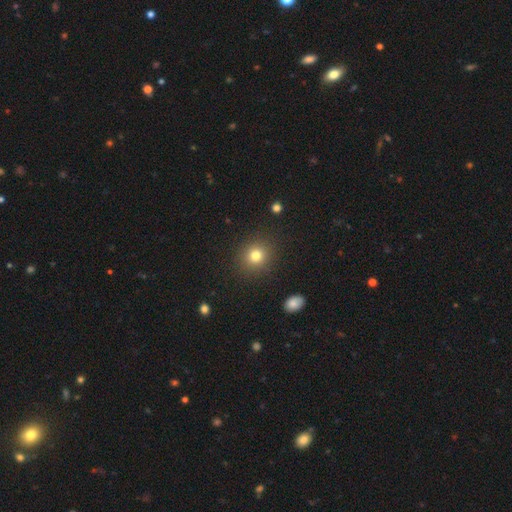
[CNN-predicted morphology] Smooth or featured: smooth — 79% (star or artifact — 13%)
How rounded: round — 84% (in between — 16%)
Merging: none — 89% (minor disturbance — 7%)